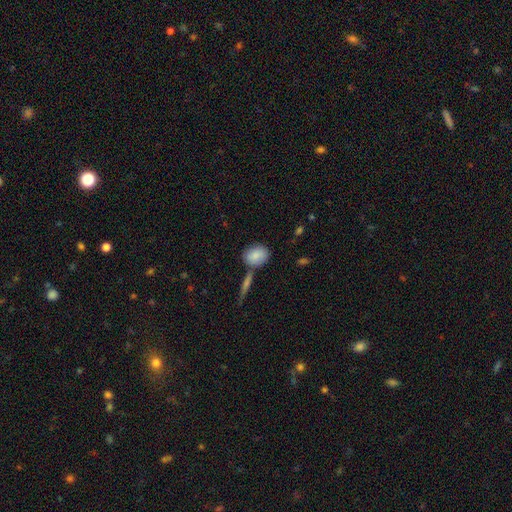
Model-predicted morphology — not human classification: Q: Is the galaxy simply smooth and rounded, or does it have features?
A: smooth — 84%.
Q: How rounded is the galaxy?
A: in between — 62%.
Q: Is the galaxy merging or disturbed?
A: none — 63%.